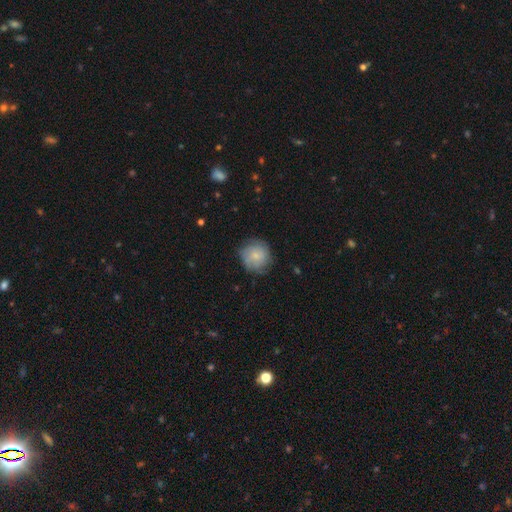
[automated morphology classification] Smooth or featured: smooth — 63% (featured or disk — 30%)
How rounded: round — 91% (in between — 8%)
Merging: none — 75% (minor disturbance — 18%)